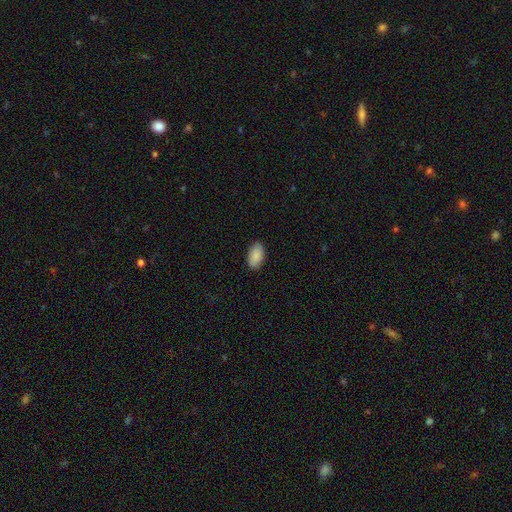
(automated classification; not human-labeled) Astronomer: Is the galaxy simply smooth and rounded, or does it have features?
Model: smooth — 90%.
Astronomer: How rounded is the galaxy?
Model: in between — 95%.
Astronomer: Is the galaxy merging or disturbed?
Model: none — 88%.